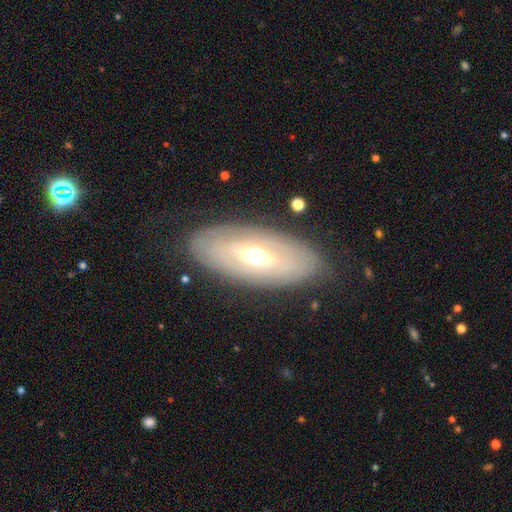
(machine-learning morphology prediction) smooth-or-featured: featured or disk: 66% | smooth: 29% | star or artifact: 6%
  disk-edge-on: no: 83% | yes: 17%
    bar: no: 62% | weak: 25% | strong: 14%
    has-spiral-arms: no: 65% | yes: 35%
    bulge-size: moderate: 70% | large: 17% | small: 11% | dominant: 2% | none: 1%
  merging: none: 81% | minor disturbance: 13% | major disturbance: 5% | merger: 1%